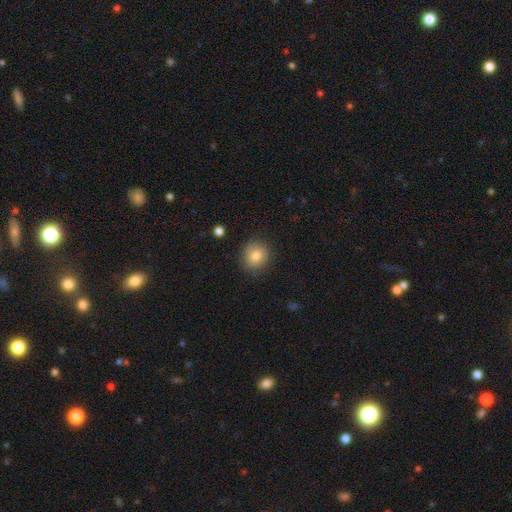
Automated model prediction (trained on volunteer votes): Overall: smooth (80%). How rounded: round (82%). Merging: none (84%).